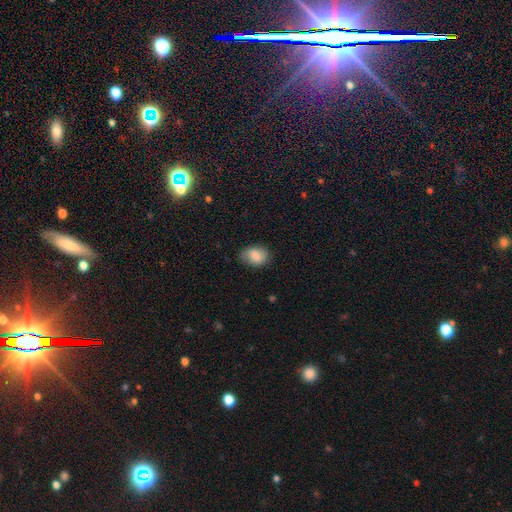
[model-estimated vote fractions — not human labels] Smooth or featured?
  - smooth: 79% *
  - featured or disk: 14%
  - star or artifact: 7%
How rounded?
  - in between: 74% *
  - round: 25%
  - cigar-shaped: 1%
Merging?
  - none: 73% *
  - minor disturbance: 22%
  - major disturbance: 4%
  - merger: 1%